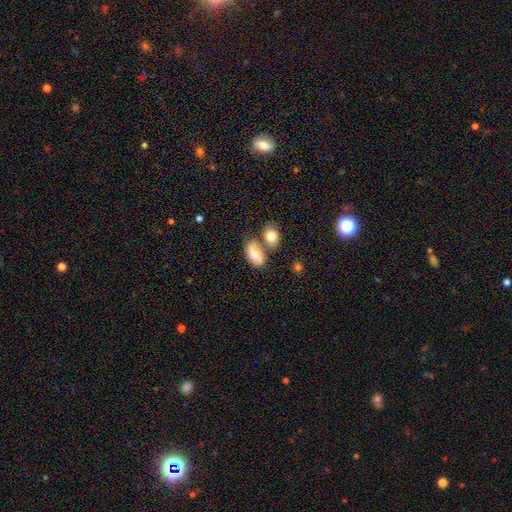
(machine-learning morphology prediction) Overall: smooth (73%). How rounded: in between (90%). Merging: none (40%, tied with merger).